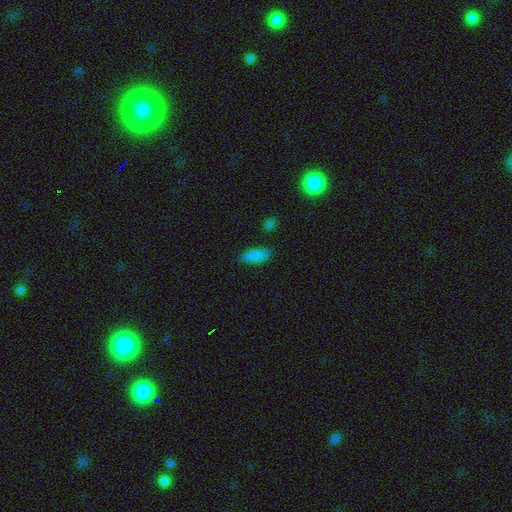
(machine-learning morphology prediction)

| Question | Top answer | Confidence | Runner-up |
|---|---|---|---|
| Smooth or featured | smooth | 87% | star or artifact (9%) |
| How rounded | in between | 86% | cigar-shaped (12%) |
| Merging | none | 84% | minor disturbance (12%) |